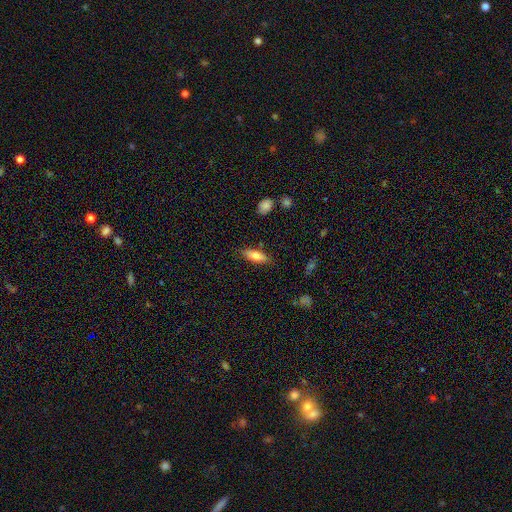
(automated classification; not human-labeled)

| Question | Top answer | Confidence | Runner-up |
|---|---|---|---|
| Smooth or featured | smooth | 73% | featured or disk (20%) |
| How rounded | in between | 62% | cigar-shaped (36%) |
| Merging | none | 83% | minor disturbance (12%) |